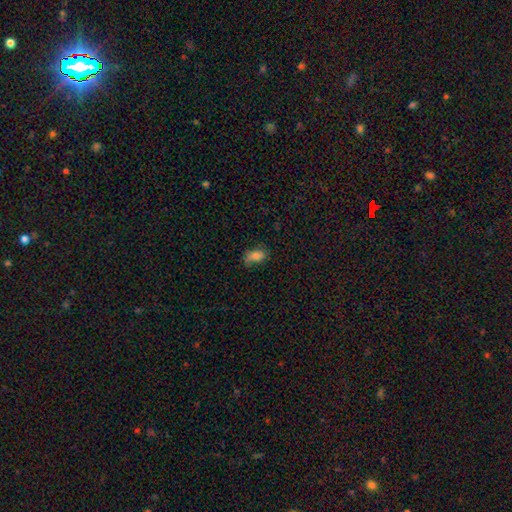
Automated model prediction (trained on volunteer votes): Smooth or featured: smooth — 79% (featured or disk — 11%)
How rounded: in between — 90% (round — 7%)
Merging: none — 61% (minor disturbance — 29%)